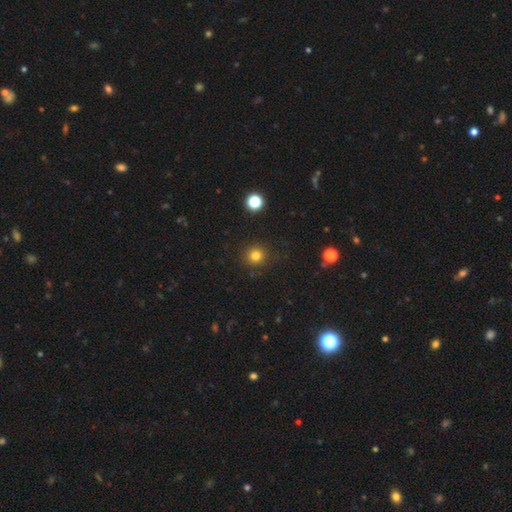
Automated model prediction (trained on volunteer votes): Overall: smooth (80%). How rounded: round (92%). Merging: none (89%).